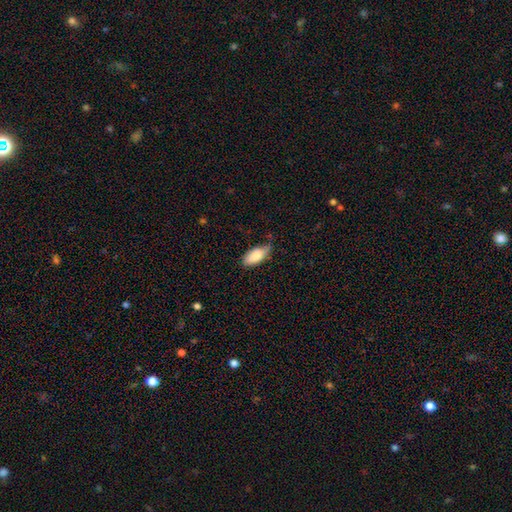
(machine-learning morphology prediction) Overall: smooth (83%). How rounded: in between (89%). Merging: none (60%; minor disturbance 33%).